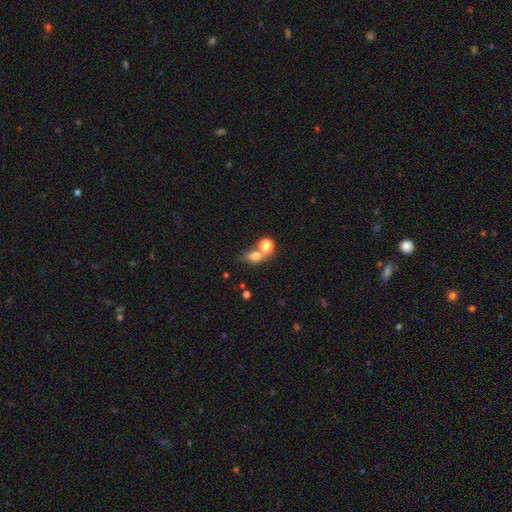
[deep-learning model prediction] A smooth galaxy with no disk features (73%) that is in between round and cigar-shaped (57%).

Vote fractions:
- Smooth or featured? smooth: 73% / star or artifact: 14% / featured or disk: 13%
- How rounded? in between: 57% / round: 40% / cigar-shaped: 3%
- Merging? none: 43% / merger: 38% / minor disturbance: 12% / major disturbance: 6%